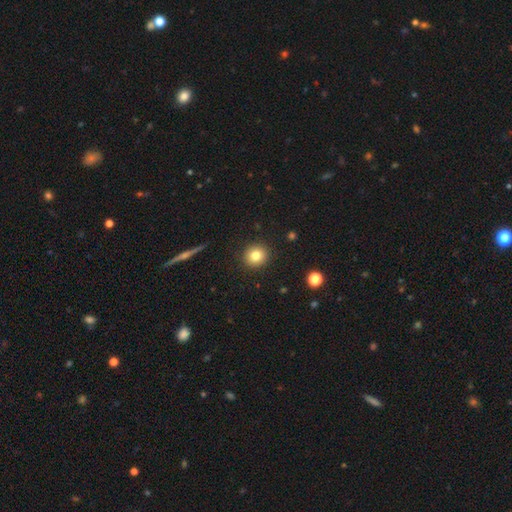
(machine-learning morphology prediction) This is clearly a smooth galaxy (81%). How rounded: clearly round (90%). Merging: clearly none (92%).